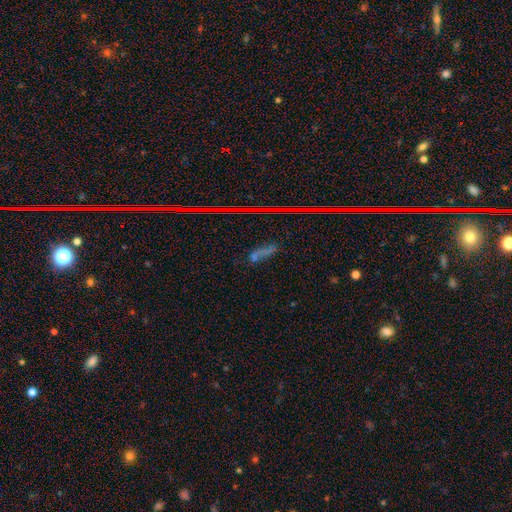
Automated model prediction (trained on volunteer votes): A star or artifact, not a galaxy (50%).

Vote fractions:
- Smooth or featured? star or artifact: 50% / smooth: 30% / featured or disk: 21%